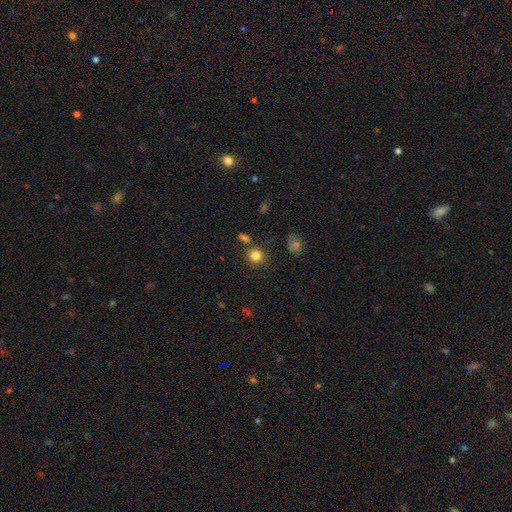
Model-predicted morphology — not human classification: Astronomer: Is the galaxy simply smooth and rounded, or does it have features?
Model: smooth — 83%.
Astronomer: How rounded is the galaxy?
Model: round — 89%.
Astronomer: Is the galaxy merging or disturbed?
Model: none — 79%.